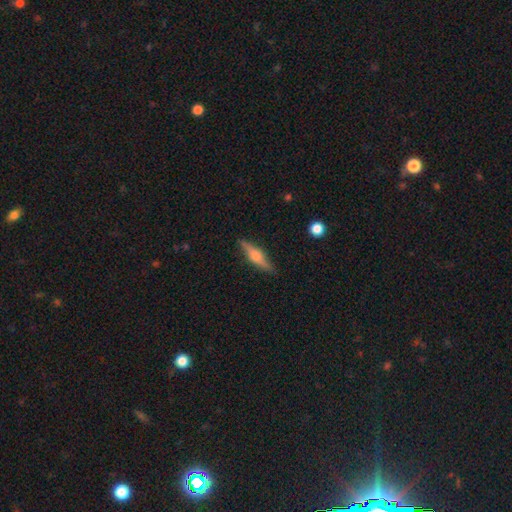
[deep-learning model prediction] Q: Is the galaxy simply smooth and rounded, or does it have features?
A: featured or disk — 60%.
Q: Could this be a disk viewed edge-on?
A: yes — 96%.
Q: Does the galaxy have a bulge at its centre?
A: rounded — 83%.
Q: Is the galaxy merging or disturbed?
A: none — 87%.